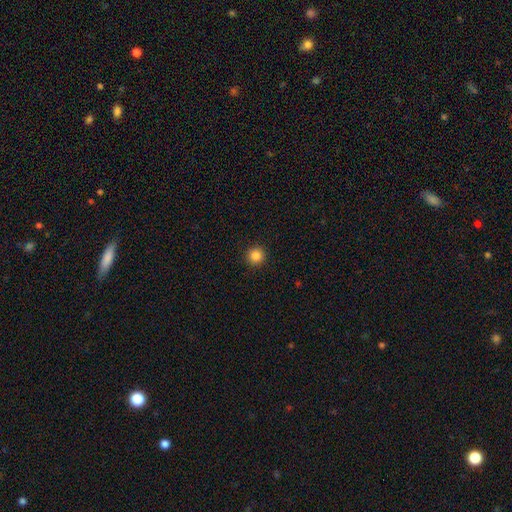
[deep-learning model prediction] Morphology: type=smooth (85%); roundness=round (96%); merging=none (93%).